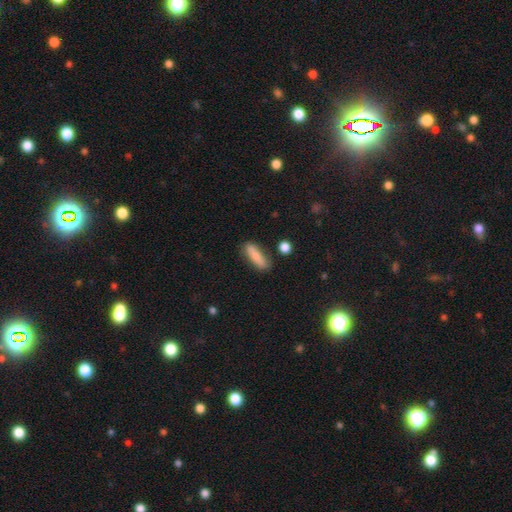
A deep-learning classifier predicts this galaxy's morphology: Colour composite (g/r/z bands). It shows a smooth galaxy with no disk features (81%) that is cigar-shaped (60%). Merging: none (75%).